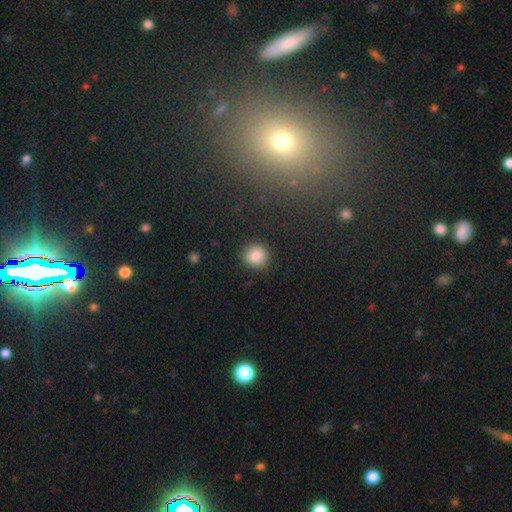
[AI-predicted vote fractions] Q: Smooth or featured?
A: smooth (85%); runner-up: star or artifact (10%)
Q: How rounded?
A: round (86%); runner-up: in between (13%)
Q: Merging?
A: none (86%); runner-up: minor disturbance (9%)